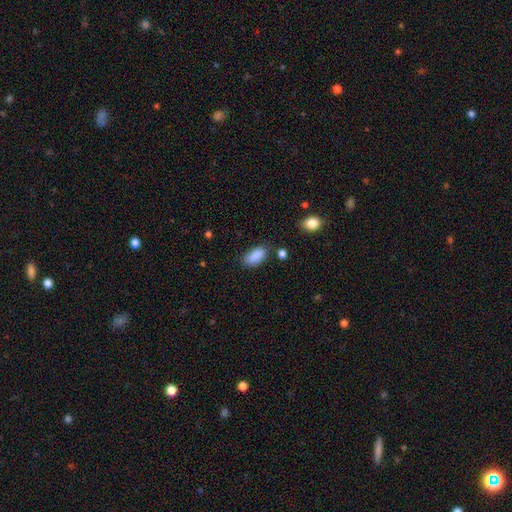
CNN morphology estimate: The model was most divided on "merging": none: 78%, minor disturbance: 15%, major disturbance: 4%, merger: 3%. More confident: how rounded — in between (91%); smooth or featured — smooth (89%).